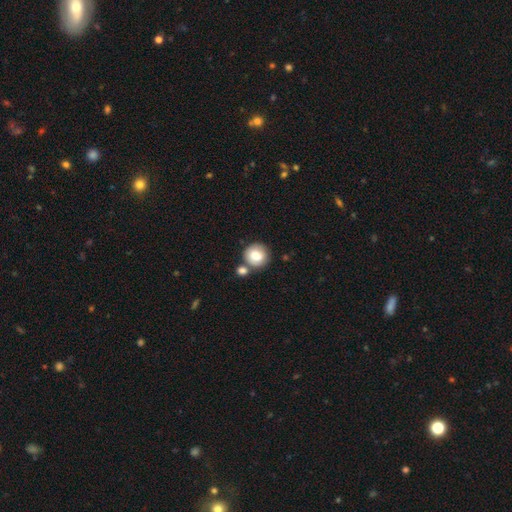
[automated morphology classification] smooth-or-featured: smooth: 81% | featured or disk: 11% | star or artifact: 7%
  how-rounded: round: 89% | in between: 10% | cigar-shaped: 1%
  merging: none: 61% | merger: 22% | minor disturbance: 13% | major disturbance: 4%